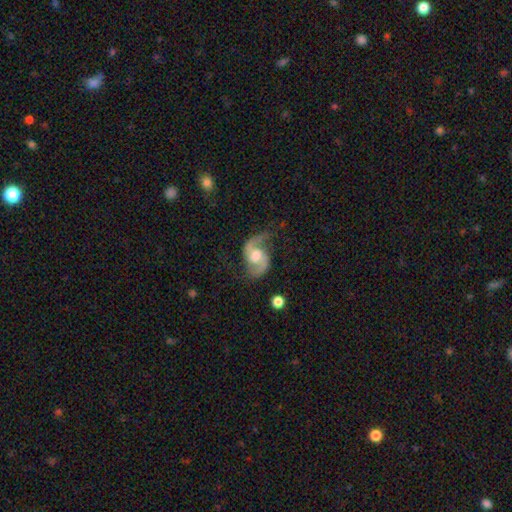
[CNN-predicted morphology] A featured or disk galaxy (89%) with a weak bar (49%), 2 (93%) medium (48%) spiral arms (97%) and a moderate central bulge (58%). Merging: none (67%).